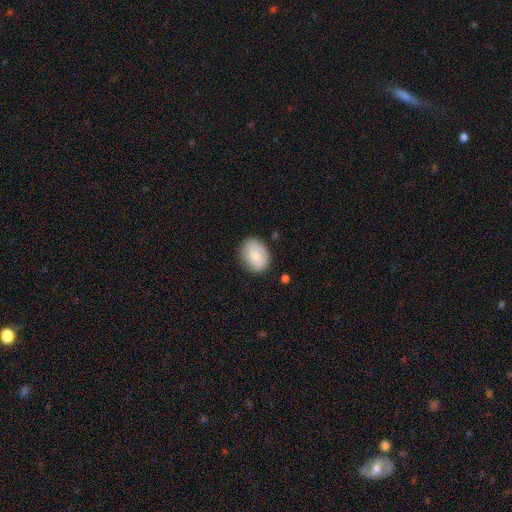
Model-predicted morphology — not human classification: Overall: smooth (72%). How rounded: in between (61%; round 38%). Merging: none (76%).